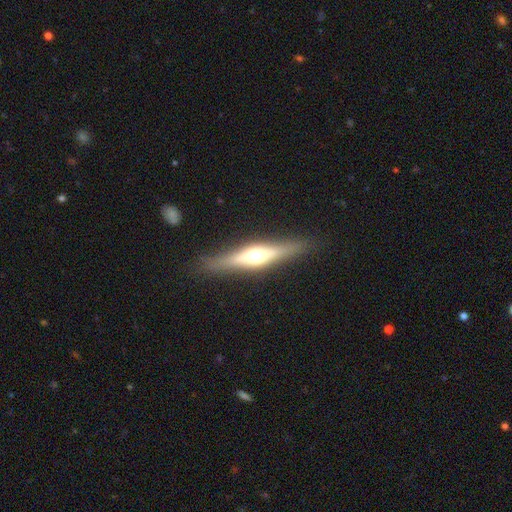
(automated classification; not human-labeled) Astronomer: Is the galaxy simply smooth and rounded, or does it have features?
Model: featured or disk — 62%.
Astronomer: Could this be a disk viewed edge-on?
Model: yes — 93%.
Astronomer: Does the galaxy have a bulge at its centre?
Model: rounded — 93%.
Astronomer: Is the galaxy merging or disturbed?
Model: none — 87%.